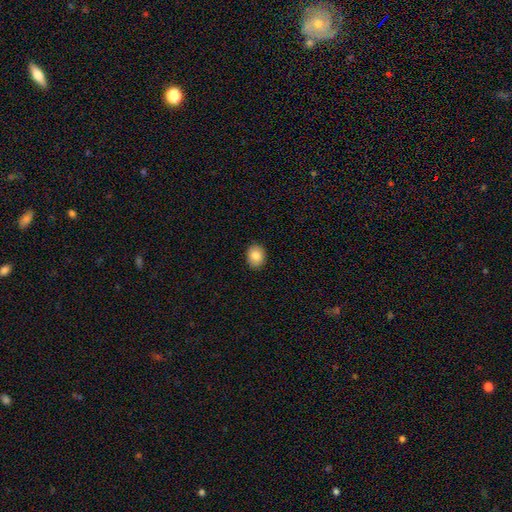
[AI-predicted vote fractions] Smooth or featured? smooth (86%)
How rounded? round (52%)
Merging? none (89%)